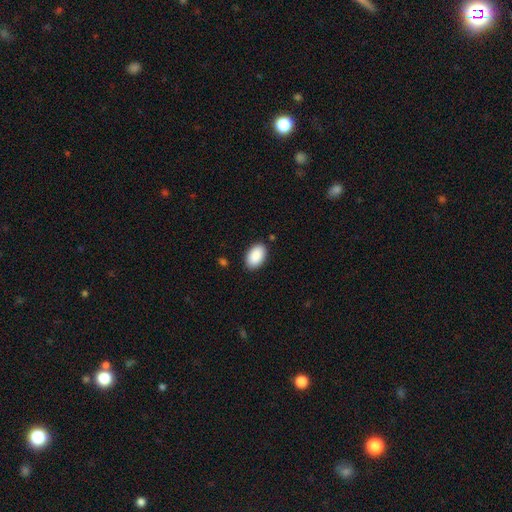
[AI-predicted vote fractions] Morphology: type=smooth (91%); roundness=in between (94%); merging=none (88%).